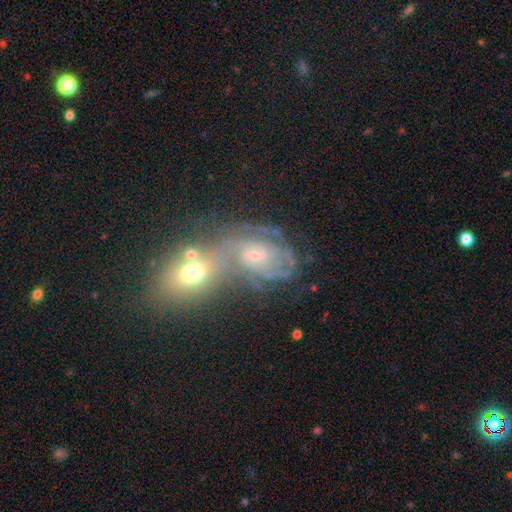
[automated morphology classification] Smooth or featured?
  - featured or disk: 73% *
  - smooth: 14%
  - star or artifact: 13%
Edge-on disk?
  - no: 96% *
  - yes: 4%
Bar?
  - no: 66% *
  - weak: 27%
  - strong: 7%
Spiral arms?
  - yes: 89% *
  - no: 11%
Spiral winding?
  - tight: 62% *
  - medium: 30%
  - loose: 8%
Spiral arm count?
  - can't tell: 39% *
  - 2: 23%
  - 3: 19%
  - 4: 8%
  - 1: 6%
  - more than 4: 6%
Bulge size?
  - small: 65% *
  - moderate: 26%
  - none: 5%
  - large: 3%
  - dominant: 2%
Merging?
  - none: 39% *
  - merger: 37%
  - minor disturbance: 14%
  - major disturbance: 10%